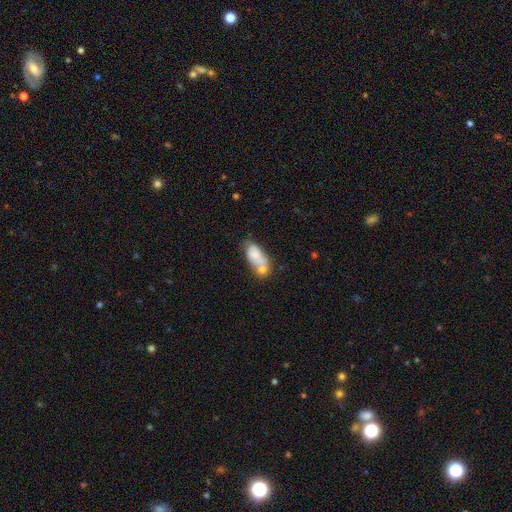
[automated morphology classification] A smooth galaxy with no disk features (67%) that is in between round and cigar-shaped (86%).

Vote fractions:
- Smooth or featured? smooth: 67% / featured or disk: 26% / star or artifact: 8%
- How rounded? in between: 86% / cigar-shaped: 9% / round: 5%
- Merging? merger: 43% / none: 31% / minor disturbance: 18% / major disturbance: 9%